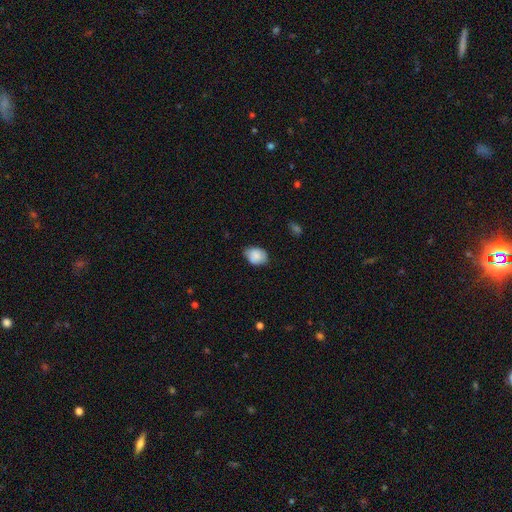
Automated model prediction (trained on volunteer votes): Smooth or featured? smooth (83%)
How rounded? in between (68%)
Merging? none (70%)